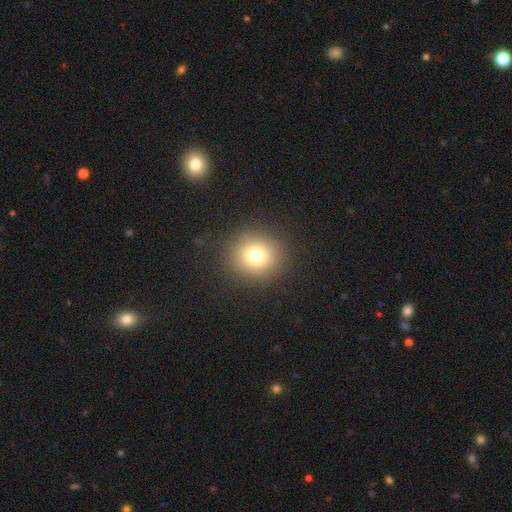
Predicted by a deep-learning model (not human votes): Smooth or featured?
  - smooth: 76% *
  - star or artifact: 15%
  - featured or disk: 10%
How rounded?
  - round: 89% *
  - in between: 10%
  - cigar-shaped: 1%
Merging?
  - none: 90% *
  - minor disturbance: 6%
  - major disturbance: 3%
  - merger: 1%